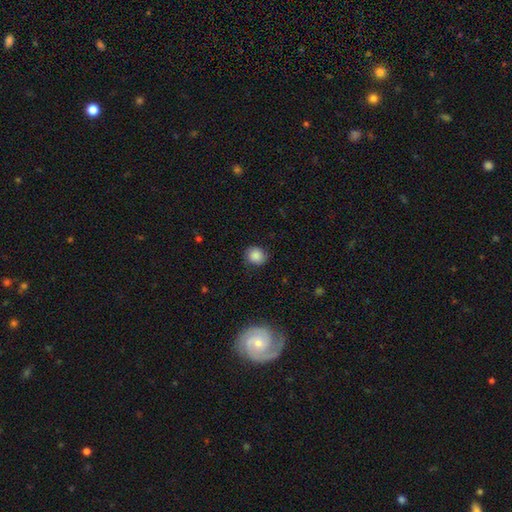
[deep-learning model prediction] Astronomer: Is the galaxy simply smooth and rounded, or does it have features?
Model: smooth — 87%.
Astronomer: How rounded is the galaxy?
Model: round — 79%.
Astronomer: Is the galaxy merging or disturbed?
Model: none — 82%.